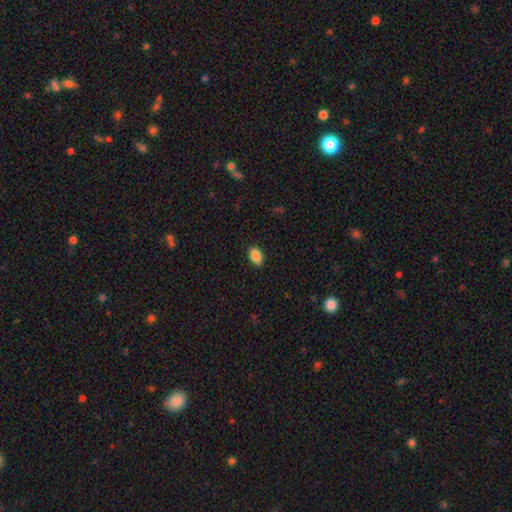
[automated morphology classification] This appears to be a smooth galaxy with no disk features (87%) that is in between round and cigar-shaped (87%). Merging: none (89%).